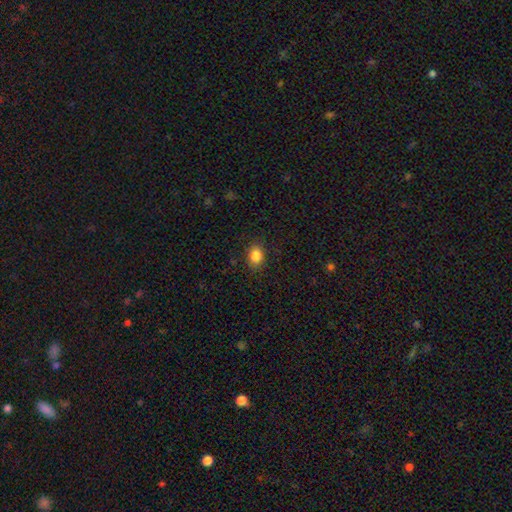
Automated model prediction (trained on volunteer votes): Smooth or featured?
  - smooth: 86% *
  - star or artifact: 10%
  - featured or disk: 5%
How rounded?
  - in between: 67% *
  - round: 32%
  - cigar-shaped: 1%
Merging?
  - none: 87% *
  - minor disturbance: 10%
  - major disturbance: 3%
  - merger: 1%